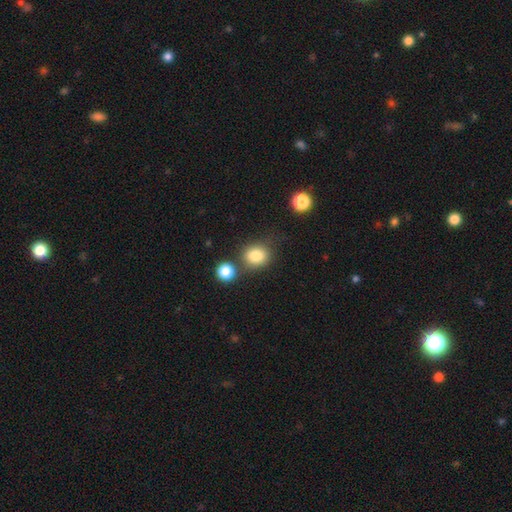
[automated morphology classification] The model was most divided on "how rounded": round: 68%, in between: 31%, cigar-shaped: 1%. More confident: smooth or featured — smooth (83%); merging — none (62%).